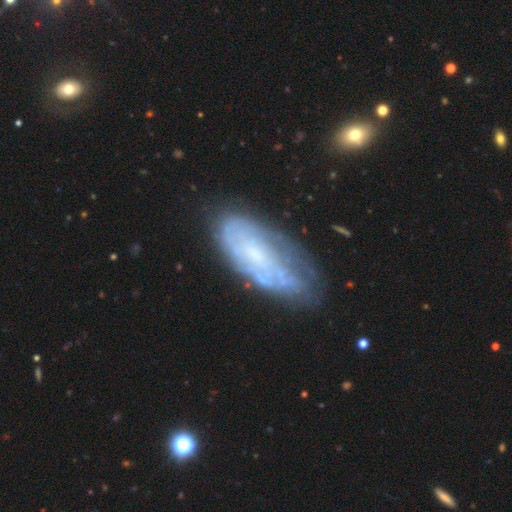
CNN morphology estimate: Q: Smooth or featured?
A: featured or disk (62%); runner-up: smooth (30%)
Q: Edge-on disk?
A: no (89%); runner-up: yes (11%)
Q: Bar?
A: no (77%); runner-up: weak (19%)
Q: Spiral arms?
A: yes (57%); runner-up: no (43%)
Q: Bulge size?
A: small (46%); runner-up: none (31%)
Q: Merging?
A: none (60%); runner-up: minor disturbance (25%)